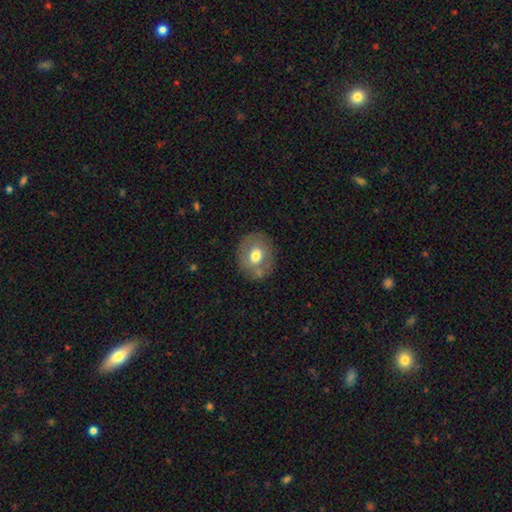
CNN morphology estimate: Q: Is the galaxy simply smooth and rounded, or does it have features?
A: smooth — 64%.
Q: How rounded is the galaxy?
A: round — 63%.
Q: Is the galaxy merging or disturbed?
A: none — 77%.